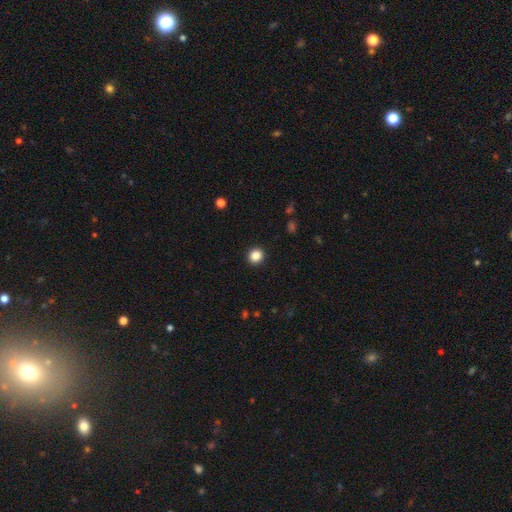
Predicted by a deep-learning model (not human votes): smooth_or_featured: smooth (p=0.86) [alt: star or artifact p=0.11]
how_rounded: round (p=0.91) [alt: in between p=0.08]
merging: none (p=0.93) [alt: minor disturbance p=0.05]